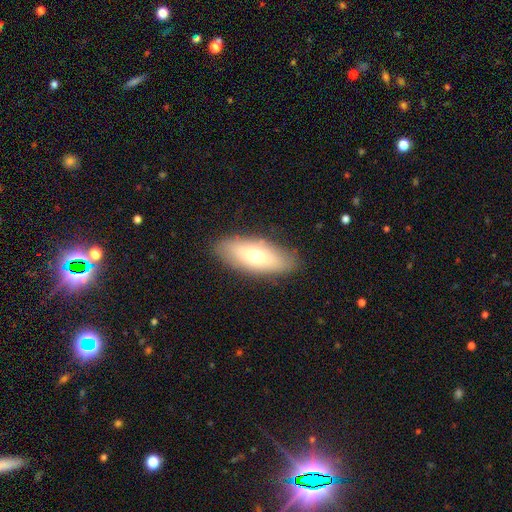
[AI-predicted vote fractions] smooth_or_featured: smooth (p=0.64) [alt: featured or disk p=0.28]
how_rounded: in between (p=0.79) [alt: cigar-shaped p=0.17]
merging: none (p=0.84) [alt: minor disturbance p=0.11]